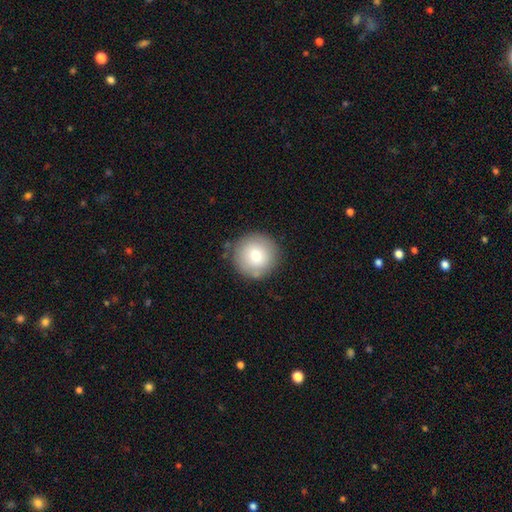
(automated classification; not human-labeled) Morphology: type=smooth (76%); roundness=round (96%); merging=none (84%).